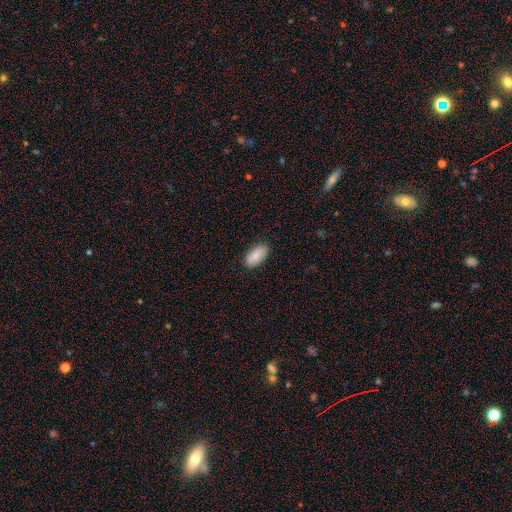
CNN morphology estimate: Smooth or featured? Predicted: smooth (p=0.85). How rounded? Predicted: in between (p=0.93). Merging? Predicted: none (p=0.85).